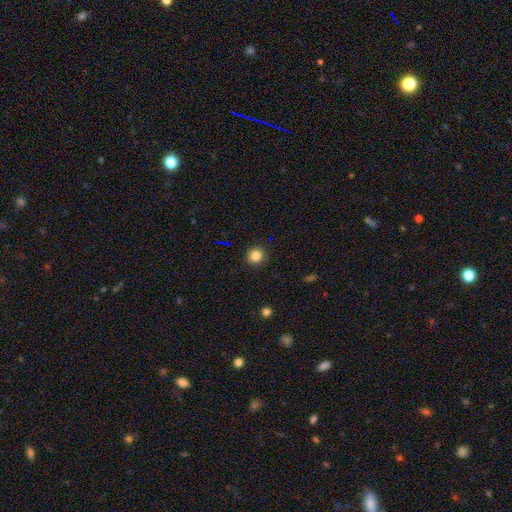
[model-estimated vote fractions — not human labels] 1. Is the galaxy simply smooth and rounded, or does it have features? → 84% smooth, 11% star or artifact, 5% featured or disk.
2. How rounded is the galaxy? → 92% round, 7% in between, 1% cigar-shaped.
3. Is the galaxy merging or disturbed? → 91% none, 6% minor disturbance, 2% major disturbance, 1% merger.